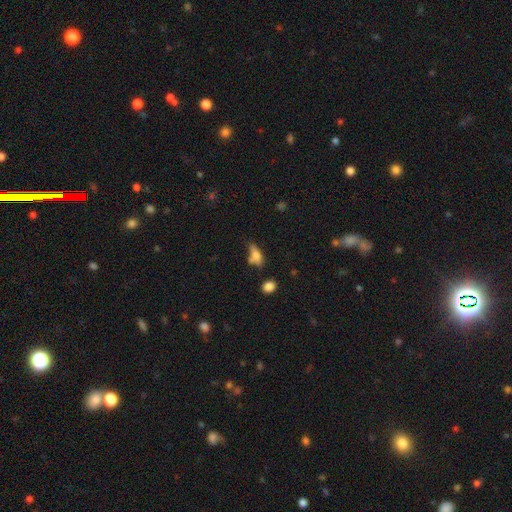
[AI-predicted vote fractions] Smooth or featured: smooth — 69% (featured or disk — 21%)
How rounded: in between — 69% (cigar-shaped — 26%)
Merging: none — 43% (minor disturbance — 26%)